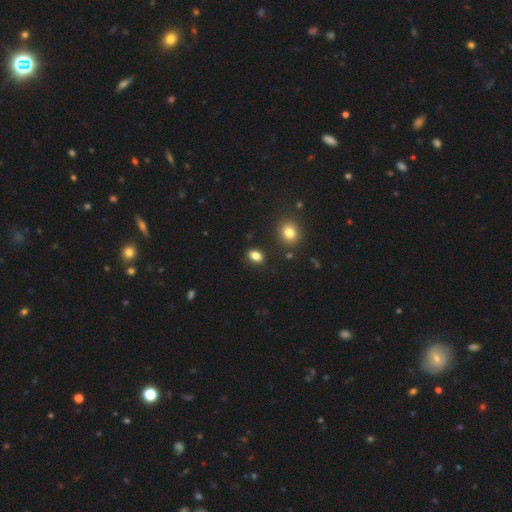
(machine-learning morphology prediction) Smooth or featured?
  - smooth: 84% *
  - star or artifact: 10%
  - featured or disk: 6%
How rounded?
  - in between: 80% *
  - round: 17%
  - cigar-shaped: 2%
Merging?
  - none: 87% *
  - minor disturbance: 8%
  - merger: 2%
  - major disturbance: 2%